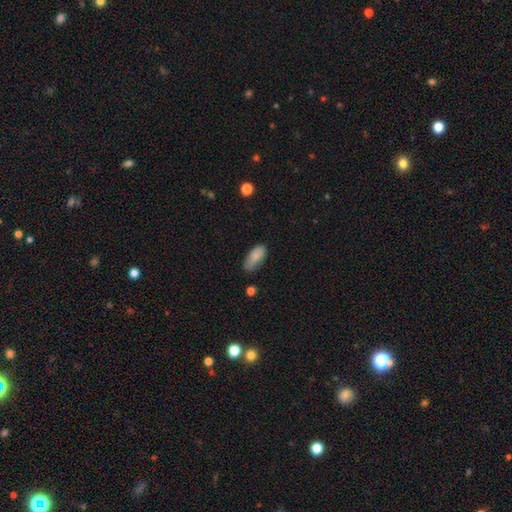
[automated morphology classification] The model was most divided on "merging": none: 59%, minor disturbance: 32%, major disturbance: 6%, merger: 2%. More confident: how rounded — in between (88%); smooth or featured — smooth (84%).